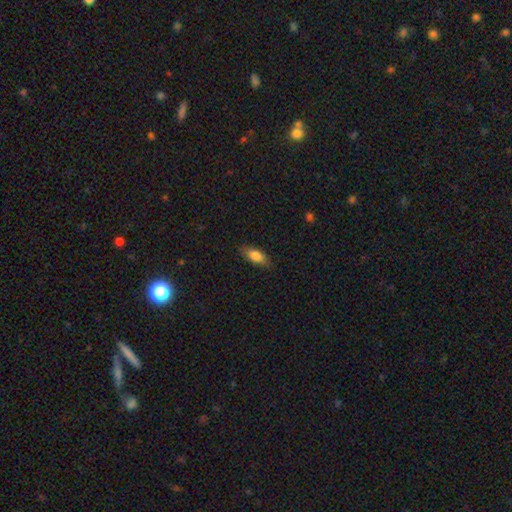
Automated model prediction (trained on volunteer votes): This appears to be a smooth galaxy with no disk features (80%) that is in between round and cigar-shaped (79%). Merging: none (83%).